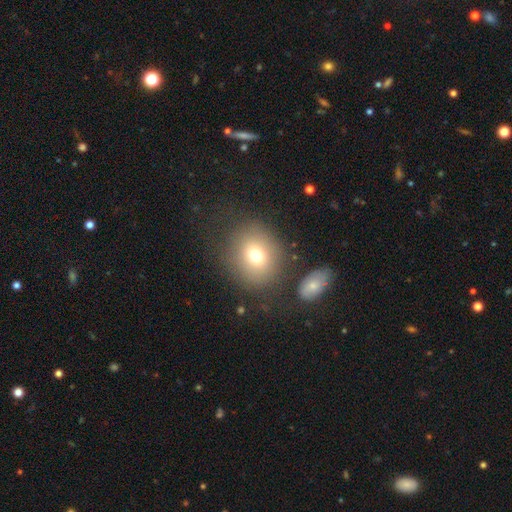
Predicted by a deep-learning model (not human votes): Smooth or featured? Predicted: smooth (p=0.73). How rounded? Predicted: round (p=0.69). Merging? Predicted: none (p=0.74).